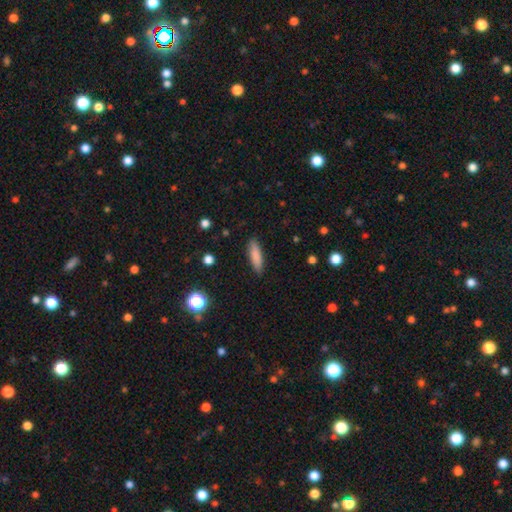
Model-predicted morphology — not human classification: The model was most divided on "how rounded": cigar-shaped: 65%, in between: 33%, round: 2%. More confident: merging — none (88%); smooth or featured — smooth (84%).